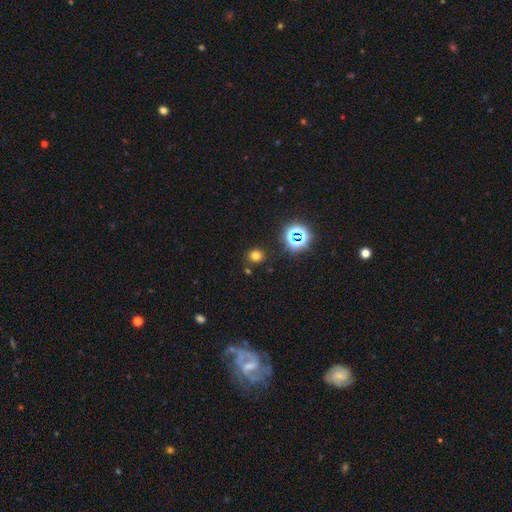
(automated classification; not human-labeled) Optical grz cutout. It shows a smooth galaxy with no disk features (69%) that is round (84%). Merging: none (82%).